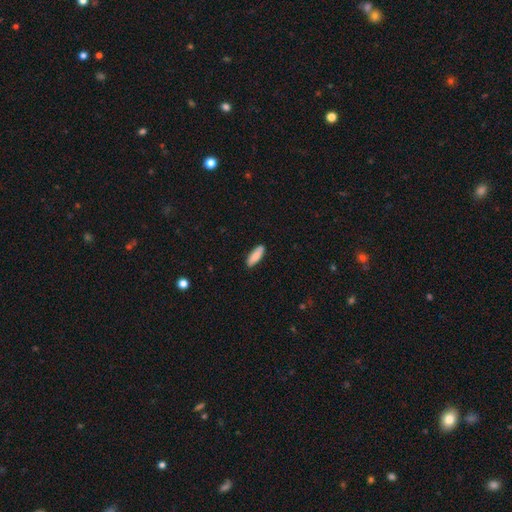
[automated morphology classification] Overall: smooth (86%). How rounded: in between (56%; cigar-shaped 42%). Merging: none (85%).